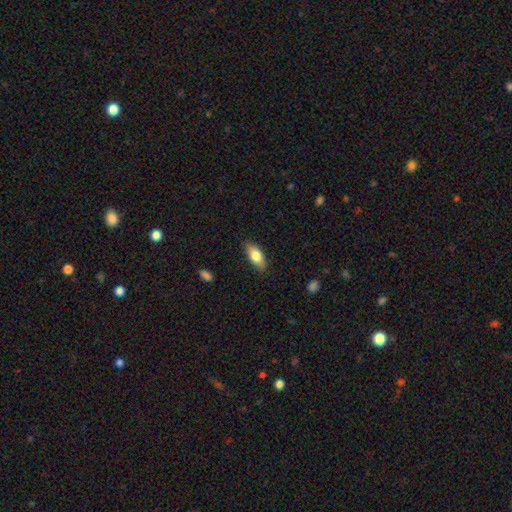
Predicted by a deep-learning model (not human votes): smooth 77%, featured or disk 17%, star or artifact 6%. Down the decision tree: how rounded — in between (82%); merging — none (85%).